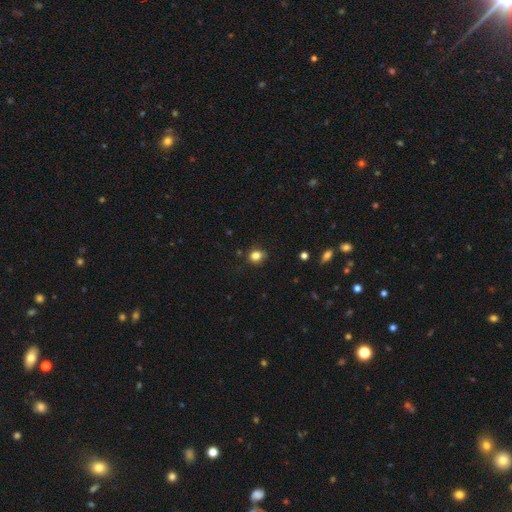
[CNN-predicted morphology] Smooth or featured?
  - smooth: 83% *
  - star or artifact: 11%
  - featured or disk: 6%
How rounded?
  - round: 61% *
  - in between: 38%
  - cigar-shaped: 1%
Merging?
  - none: 78% *
  - minor disturbance: 17%
  - major disturbance: 3%
  - merger: 2%